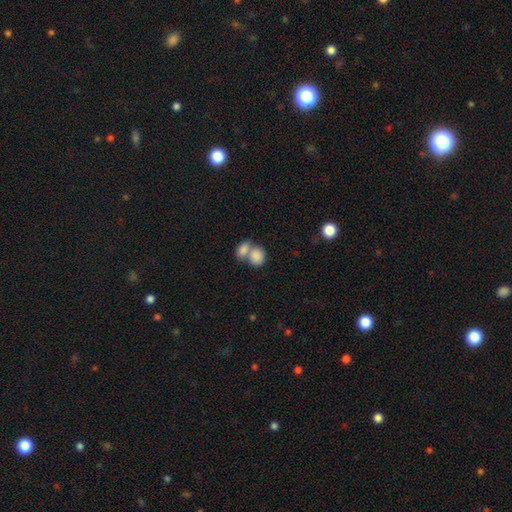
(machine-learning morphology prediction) Smooth or featured? smooth (84%)
How rounded? in between (51%)
Merging? merger (65%)